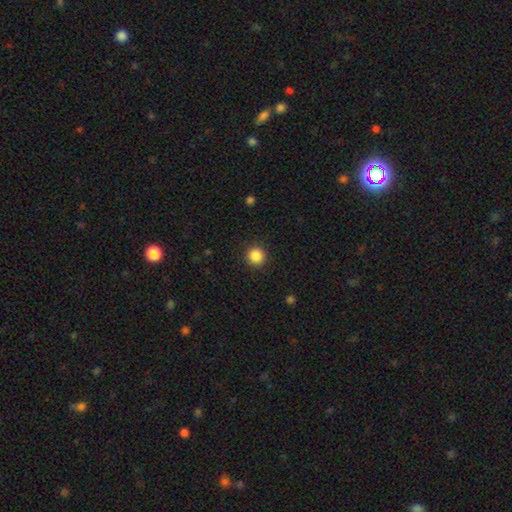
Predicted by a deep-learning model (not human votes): smooth_or_featured: smooth (p=0.87) [alt: star or artifact p=0.10]
how_rounded: round (p=0.95) [alt: in between p=0.04]
merging: none (p=0.91) [alt: minor disturbance p=0.06]